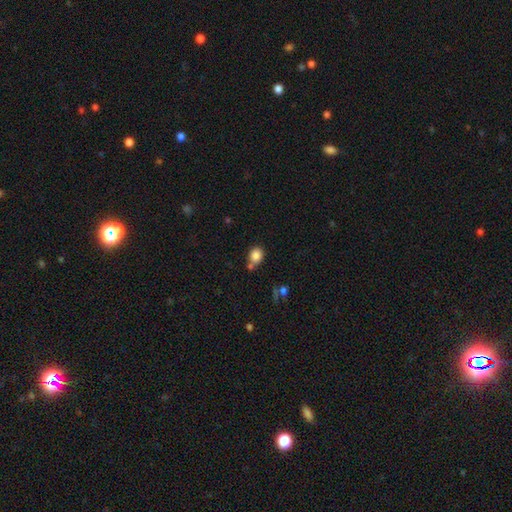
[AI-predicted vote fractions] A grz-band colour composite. It shows a smooth galaxy with no disk features (84%) that is round (62%). Merging: none (60%).